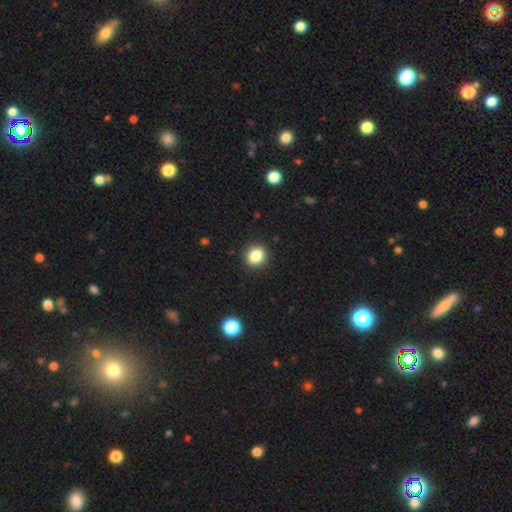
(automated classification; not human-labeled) Q: Smooth or featured?
A: smooth (84%); runner-up: star or artifact (11%)
Q: How rounded?
A: round (81%); runner-up: in between (18%)
Q: Merging?
A: none (91%); runner-up: minor disturbance (6%)